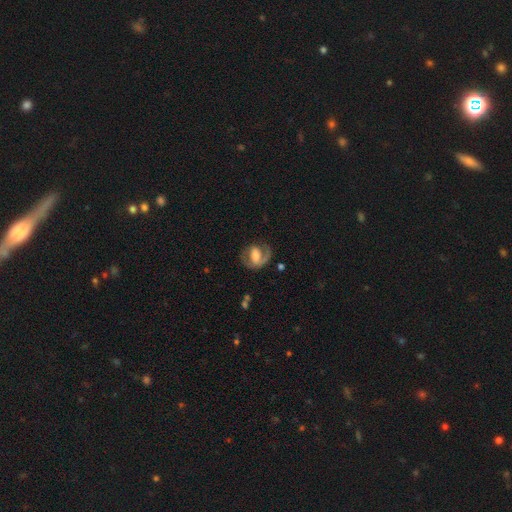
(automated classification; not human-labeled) smooth-or-featured: featured or disk: 66% | smooth: 27% | star or artifact: 7%
  disk-edge-on: no: 96% | yes: 4%
    bar: weak: 39% | strong: 31% | no: 30%
    has-spiral-arms: yes: 80% | no: 20%
      spiral-winding: medium: 45% | tight: 33% | loose: 22%
      spiral-arm-count: 2: 58% | 1: 29% | can't tell: 9% | 3: 1% | 4: 1% | more than 4: 1%
    bulge-size: moderate: 45% | large: 23% | small: 23% | none: 6% | dominant: 3%
  merging: none: 60% | minor disturbance: 19% | major disturbance: 18% | merger: 2%